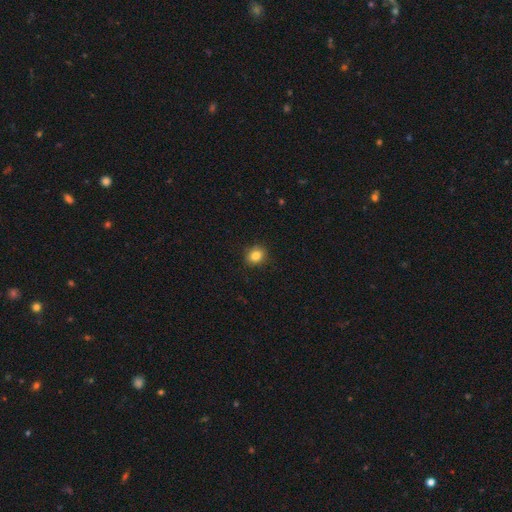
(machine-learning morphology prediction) Overall: smooth (85%). How rounded: round (68%; in between 31%). Merging: none (88%).